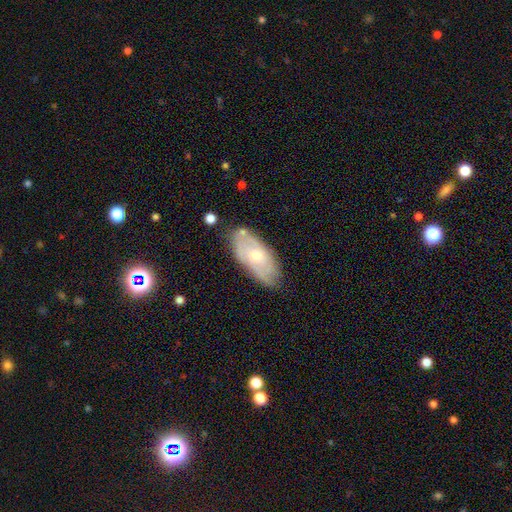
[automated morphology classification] Smooth or featured? featured or disk (55%)
Edge-on disk? no (87%)
Merging? none (72%)